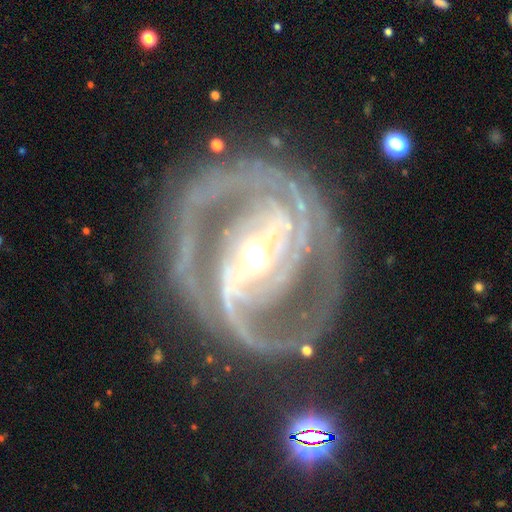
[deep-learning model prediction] Q: Smooth or featured?
A: featured or disk (92%); runner-up: star or artifact (5%)
Q: Edge-on disk?
A: no (97%); runner-up: yes (3%)
Q: Bar?
A: strong (57%); runner-up: weak (27%)
Q: Spiral arms?
A: yes (96%); runner-up: no (4%)
Q: Spiral winding?
A: tight (50%); runner-up: medium (41%)
Q: Spiral arm count?
A: 2 (71%); runner-up: 3 (12%)
Q: Bulge size?
A: moderate (63%); runner-up: small (25%)
Q: Merging?
A: none (74%); runner-up: minor disturbance (15%)